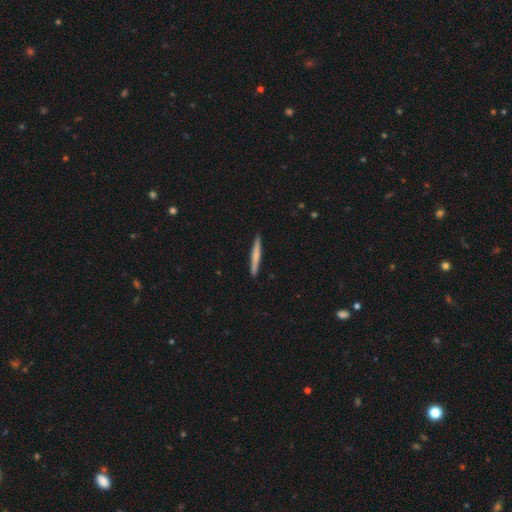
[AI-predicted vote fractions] Q: Smooth or featured?
A: smooth (65%); runner-up: featured or disk (30%)
Q: How rounded?
A: cigar-shaped (96%); runner-up: in between (2%)
Q: Merging?
A: none (92%); runner-up: minor disturbance (6%)